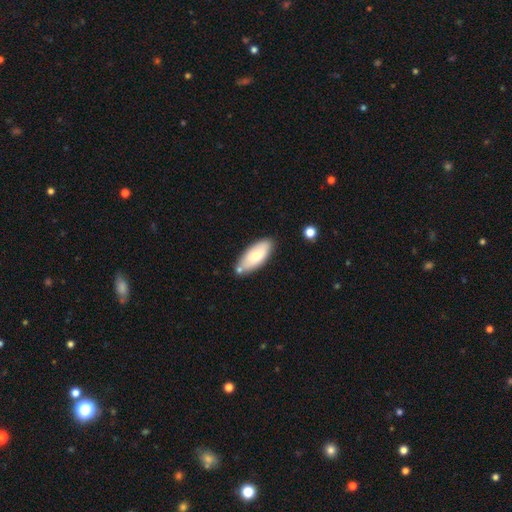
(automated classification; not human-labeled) This appears to be a smooth galaxy with no disk features (68%) that is in between round and cigar-shaped (84%). Merging: none (74%).